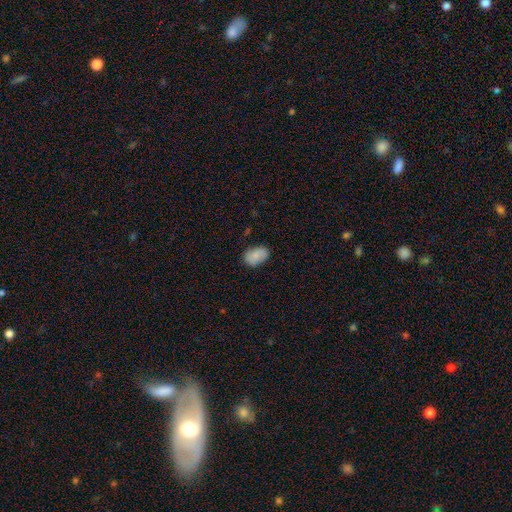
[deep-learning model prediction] Overall: smooth (82%). How rounded: in between (89%). Merging: none (78%).